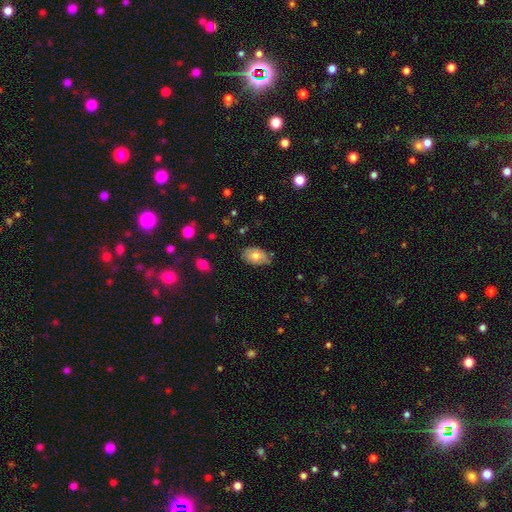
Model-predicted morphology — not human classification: Smooth or featured?
  - smooth: 74% *
  - featured or disk: 18%
  - star or artifact: 8%
How rounded?
  - in between: 89% *
  - round: 10%
  - cigar-shaped: 1%
Merging?
  - none: 68% *
  - minor disturbance: 26%
  - major disturbance: 4%
  - merger: 2%